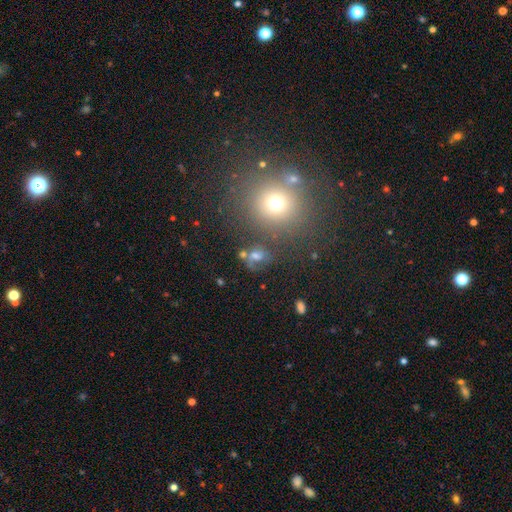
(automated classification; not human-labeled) Overall: smooth (49%; star or artifact 32%). Merging: none (66%).